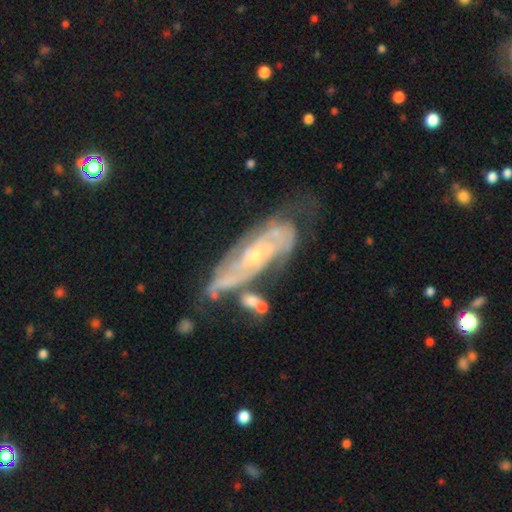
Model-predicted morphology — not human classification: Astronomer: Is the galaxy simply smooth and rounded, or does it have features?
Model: featured or disk — 83%.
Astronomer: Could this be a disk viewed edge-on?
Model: no — 86%.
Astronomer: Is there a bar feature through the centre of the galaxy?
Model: no — 67%.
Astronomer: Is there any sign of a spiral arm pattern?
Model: yes — 91%.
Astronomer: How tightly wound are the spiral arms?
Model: tight — 62%.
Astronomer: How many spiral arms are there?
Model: can't tell — 44% (runner-up: 2, 29%).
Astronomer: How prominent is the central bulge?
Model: small — 72%.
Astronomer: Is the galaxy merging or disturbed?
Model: none — 48% (runner-up: minor disturbance, 24%).